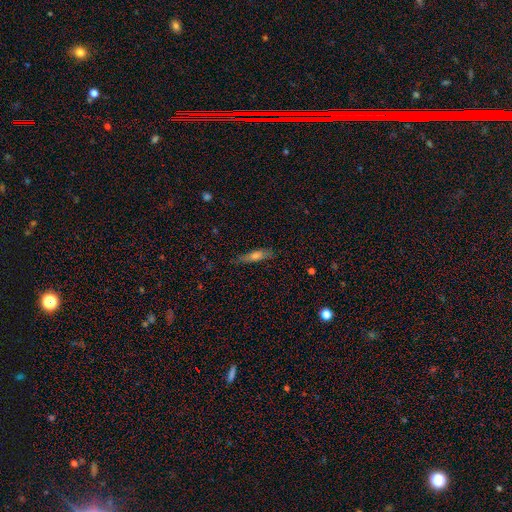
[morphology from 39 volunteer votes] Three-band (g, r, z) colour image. It shows a smooth galaxy with no disk features (77%) that is cigar-shaped (63%). Merging: none (78%).